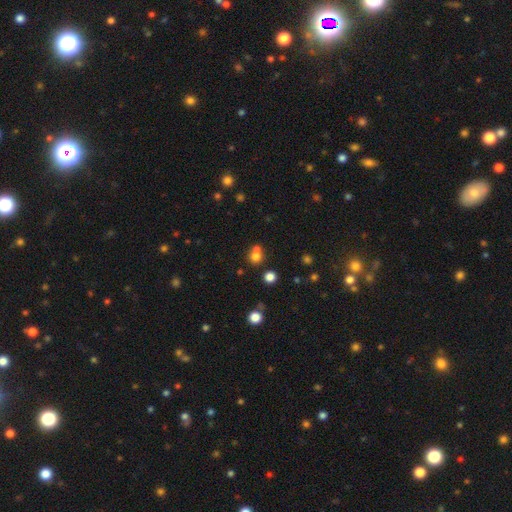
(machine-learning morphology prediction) smooth-or-featured: smooth: 74% | star or artifact: 17% | featured or disk: 10%
  how-rounded: round: 86% | in between: 13% | cigar-shaped: 1%
  merging: none: 51% | merger: 39% | minor disturbance: 6% | major disturbance: 3%